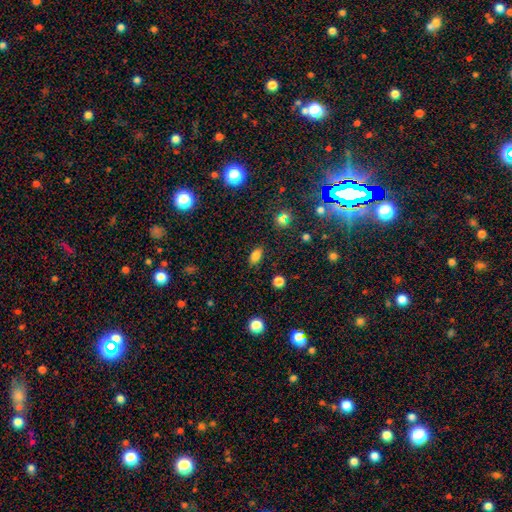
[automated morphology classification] Overall: smooth (80%). How rounded: in between (87%). Merging: none (86%).